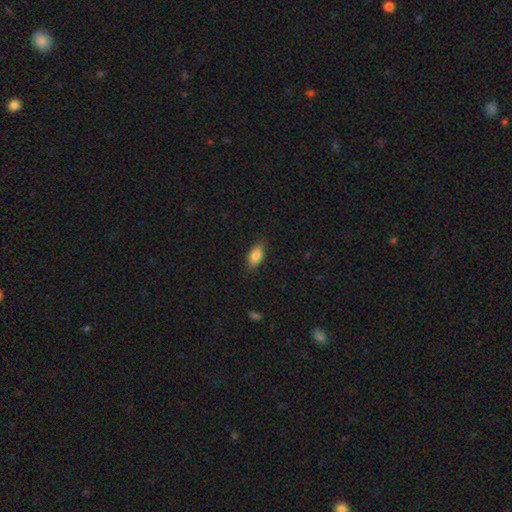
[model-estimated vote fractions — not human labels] Overall: smooth (85%). How rounded: in between (89%). Merging: none (85%).